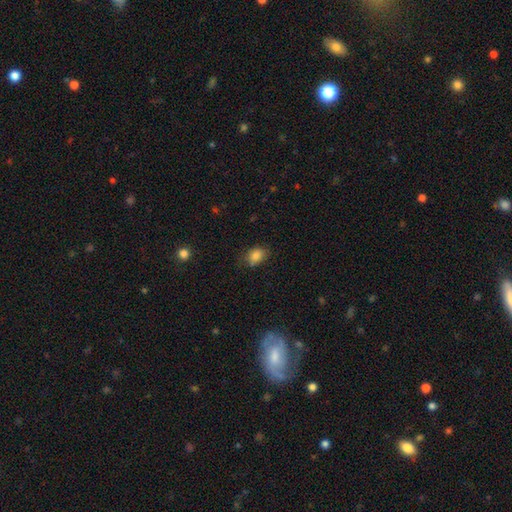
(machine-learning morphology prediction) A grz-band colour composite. It shows a smooth galaxy with no disk features (84%) that is in between round and cigar-shaped (71%). Merging: none (69%).